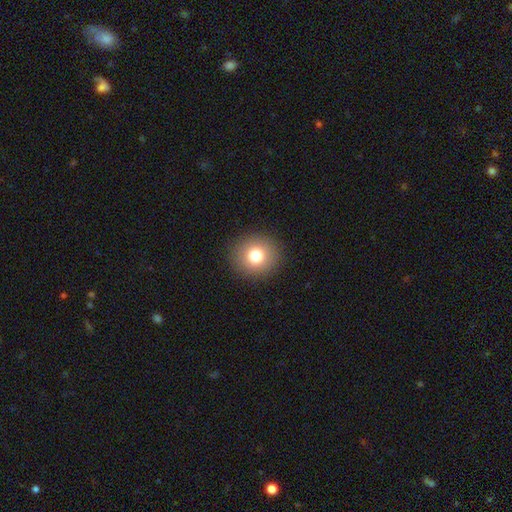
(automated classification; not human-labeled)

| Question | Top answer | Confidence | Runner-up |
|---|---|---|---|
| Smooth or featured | smooth | 79% | star or artifact (11%) |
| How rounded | round | 89% | in between (10%) |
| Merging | none | 91% | minor disturbance (6%) |